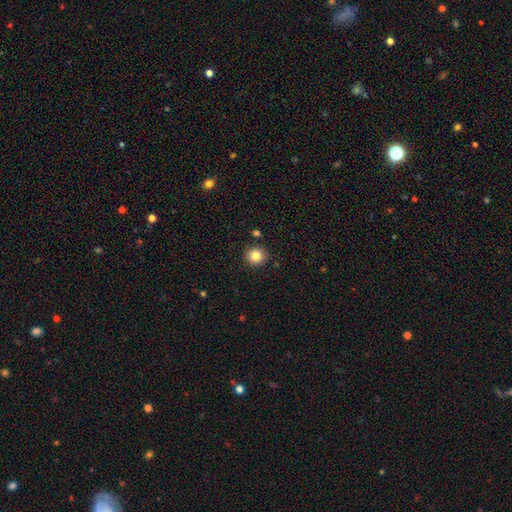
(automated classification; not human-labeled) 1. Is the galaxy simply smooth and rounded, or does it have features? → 82% smooth, 11% star or artifact, 7% featured or disk.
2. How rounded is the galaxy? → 91% round, 8% in between, 1% cigar-shaped.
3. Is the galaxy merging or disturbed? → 90% none, 6% minor disturbance, 2% merger, 2% major disturbance.